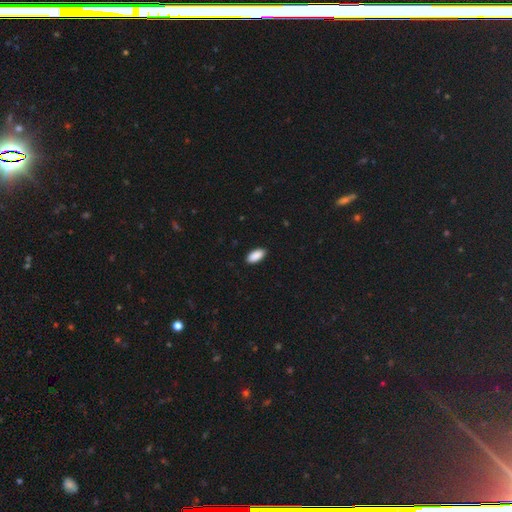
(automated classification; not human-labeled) smooth-or-featured: smooth: 91% | star or artifact: 6% | featured or disk: 3%
  how-rounded: in between: 92% | cigar-shaped: 6% | round: 2%
  merging: none: 89% | minor disturbance: 8% | major disturbance: 2% | merger: 1%